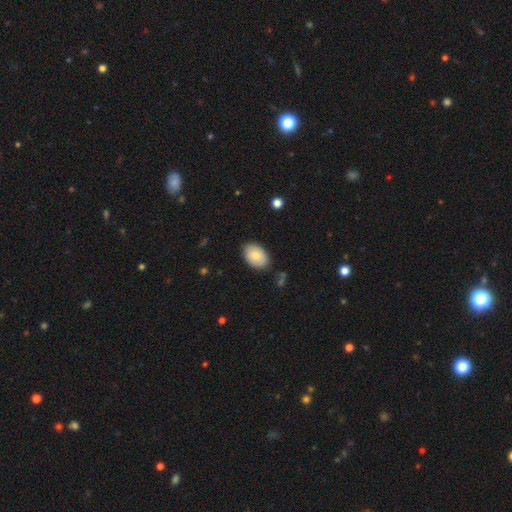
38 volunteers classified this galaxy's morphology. A smooth galaxy with no disk features (74%) that is in between round and cigar-shaped (89%). Merging: none (86%).